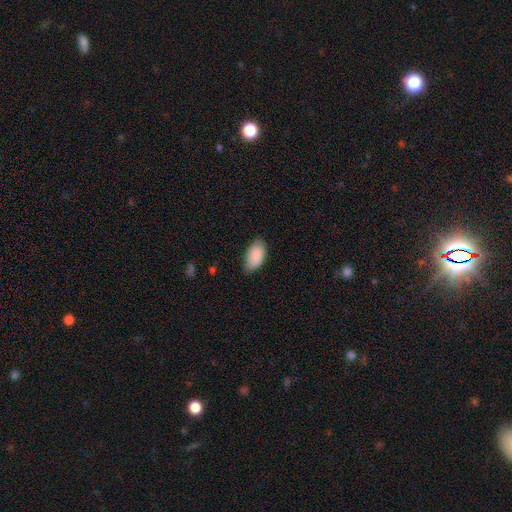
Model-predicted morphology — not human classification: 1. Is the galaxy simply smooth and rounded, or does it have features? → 87% smooth, 6% featured or disk, 6% star or artifact.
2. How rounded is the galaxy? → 94% in between, 3% round, 3% cigar-shaped.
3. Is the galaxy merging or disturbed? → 72% none, 24% minor disturbance, 3% major disturbance, 1% merger.